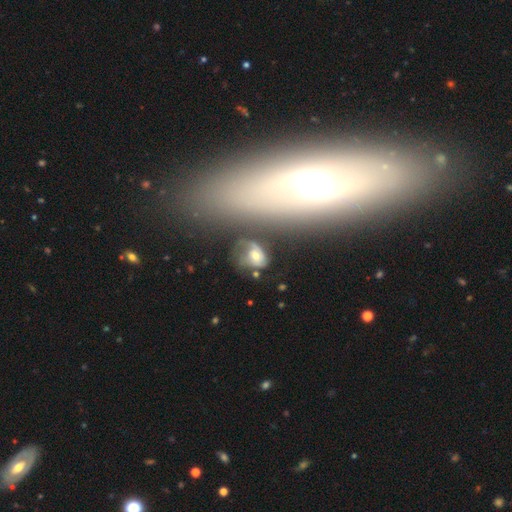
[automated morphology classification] This is marginally a featured or disk galaxy (43%). Merging: marginally none (38%).